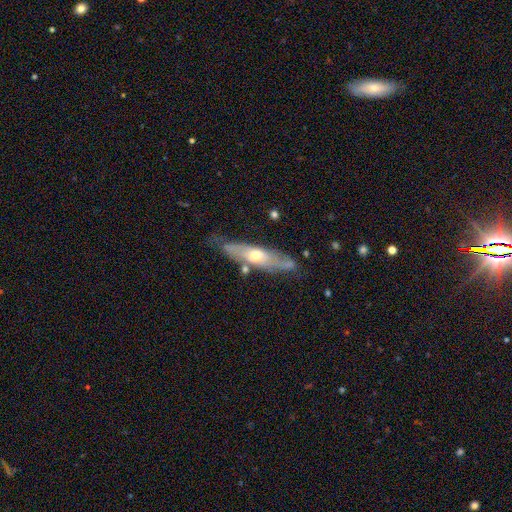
A featured or disk galaxy (70%) with no bar (71%), tight (50%, tied with medium) spiral arms (59%) and a moderate central bulge (76%).

Vote fractions:
- Smooth or featured? featured or disk: 70% / smooth: 24% / star or artifact: 5%
- Edge-on disk? no: 65% / yes: 35%
- Bar? no: 71% / weak: 24% / strong: 6%
- Spiral arms? yes: 59% / no: 41%
- Spiral winding? tight: 50% (tied) / medium: 50% (tied) / loose: 0%
- Spiral arm count? can't tell: 80% / 2: 20% / 1: 0% / 3: 0% / 4: 0% / more than 4: 0%
- Bulge size? moderate: 76% / small: 18% / large: 6% / dominant: 0% / none: 0%
- Merging? none: 71% / minor disturbance: 14% / major disturbance: 9% / merger: 6%